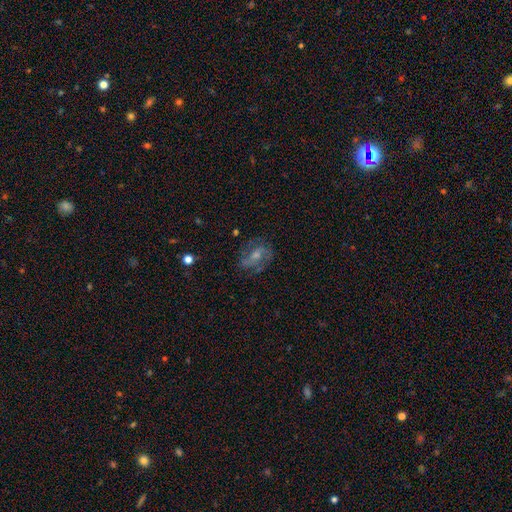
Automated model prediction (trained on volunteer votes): This is likely a featured or disk galaxy (67%). It is clearly not viewed edge-on (96%). Bar: marginally weak (42%). Spiral arm pattern: clearly yes (83%). Spiral arm count: likely 2 (72%). Spiral winding: possibly medium (49%). Central bulge: possibly moderate (46%). Merging: likely none (67%).